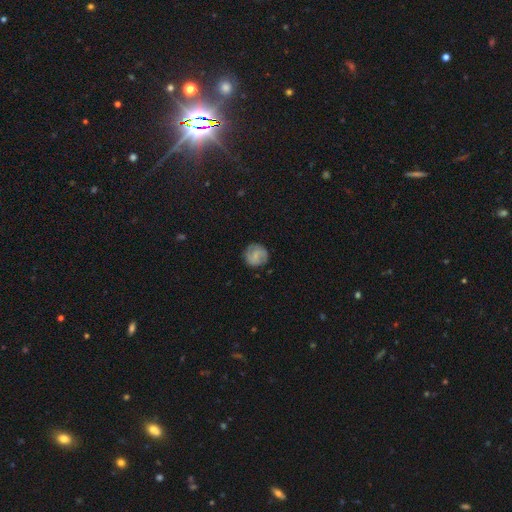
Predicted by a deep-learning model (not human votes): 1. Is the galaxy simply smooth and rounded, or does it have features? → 48% featured or disk, 44% smooth, 8% star or artifact.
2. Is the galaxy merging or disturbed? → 82% none, 13% minor disturbance, 4% major disturbance, 1% merger.